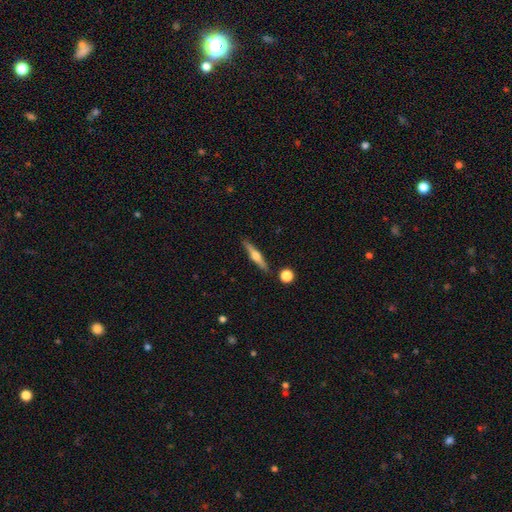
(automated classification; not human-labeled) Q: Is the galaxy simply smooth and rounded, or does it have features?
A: featured or disk — 64%.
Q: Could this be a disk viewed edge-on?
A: yes — 97%.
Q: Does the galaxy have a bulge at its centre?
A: rounded — 91%.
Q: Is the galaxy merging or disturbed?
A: none — 88%.